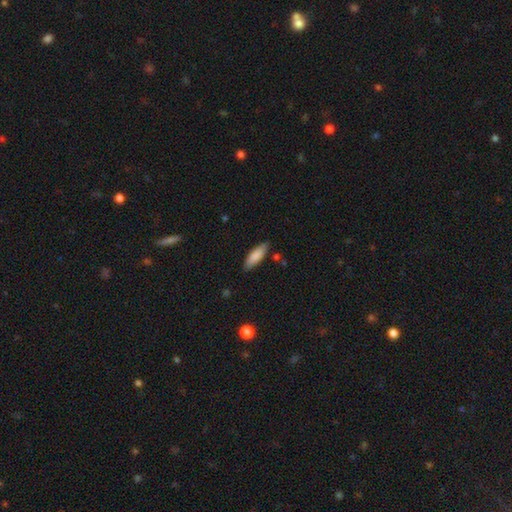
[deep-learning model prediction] smooth_or_featured: smooth (p=0.84) [alt: featured or disk p=0.10]
how_rounded: in between (p=0.52) [alt: cigar-shaped p=0.46]
merging: none (p=0.82) [alt: minor disturbance p=0.14]